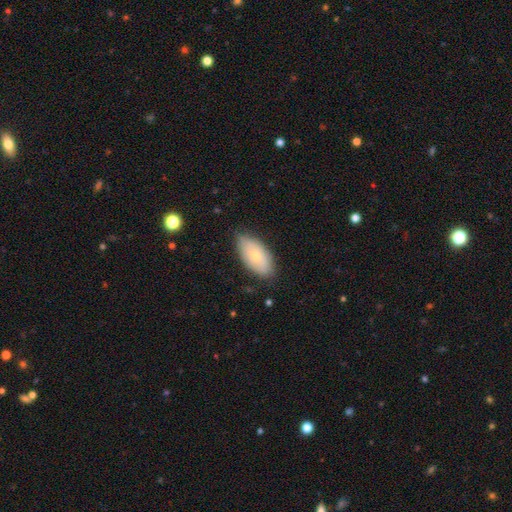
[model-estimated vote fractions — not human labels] A smooth galaxy with no disk features (70%) that is in between round and cigar-shaped (94%).

Vote fractions:
- Smooth or featured? smooth: 70% / featured or disk: 23% / star or artifact: 7%
- How rounded? in between: 94% / cigar-shaped: 3% / round: 3%
- Merging? none: 76% / minor disturbance: 20% / major disturbance: 3% / merger: 1%